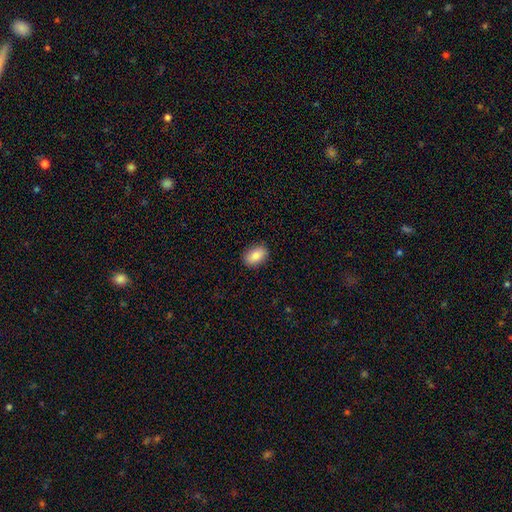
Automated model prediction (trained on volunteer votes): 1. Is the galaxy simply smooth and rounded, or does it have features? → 88% smooth, 7% star or artifact, 5% featured or disk.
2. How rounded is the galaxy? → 88% in between, 10% round, 2% cigar-shaped.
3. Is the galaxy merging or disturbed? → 89% none, 8% minor disturbance, 2% major disturbance, 1% merger.